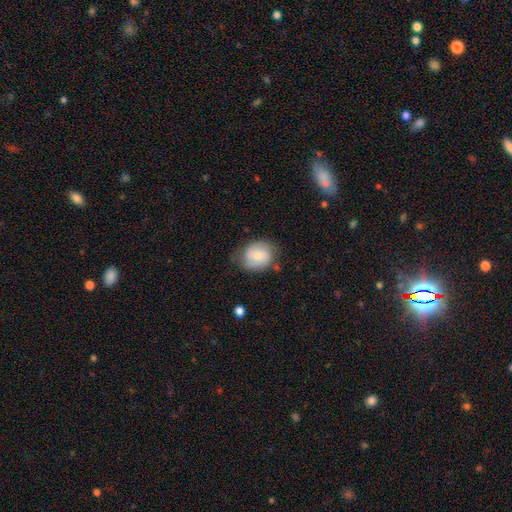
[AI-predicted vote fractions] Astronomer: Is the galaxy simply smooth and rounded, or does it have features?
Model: smooth — 67%.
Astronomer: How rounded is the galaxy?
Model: round — 61% (runner-up: in between, 38%).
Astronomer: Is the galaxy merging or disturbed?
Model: none — 67%.